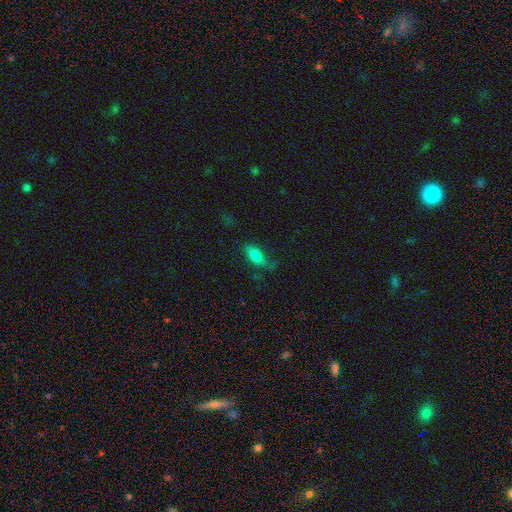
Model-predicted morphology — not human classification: This is likely a smooth galaxy (74%). How rounded: clearly in between (82%). Merging: possibly none (53%).